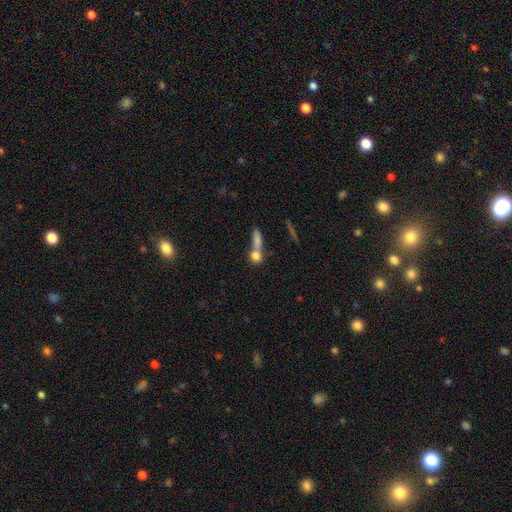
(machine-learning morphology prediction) Overall: smooth (74%). How rounded: round (59%; in between 25%). Merging: merger (52%; none 34%).